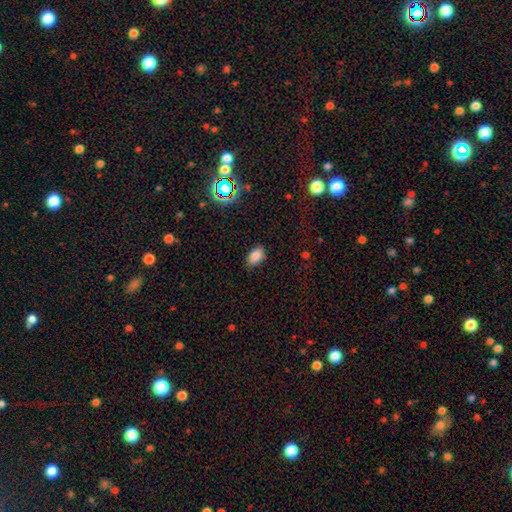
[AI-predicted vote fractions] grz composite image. It shows a smooth galaxy with no disk features (83%) that is in between round and cigar-shaped (91%). Merging: none (85%).